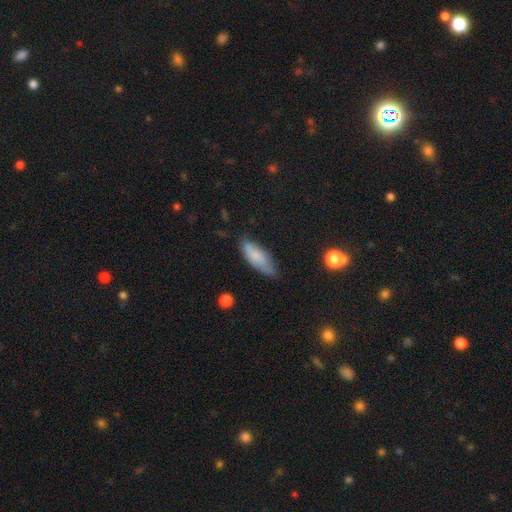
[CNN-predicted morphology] smooth_or_featured: smooth (p=0.76) [alt: featured or disk p=0.17]
how_rounded: in between (p=0.68) [alt: cigar-shaped p=0.30]
merging: none (p=0.60) [alt: minor disturbance p=0.31]